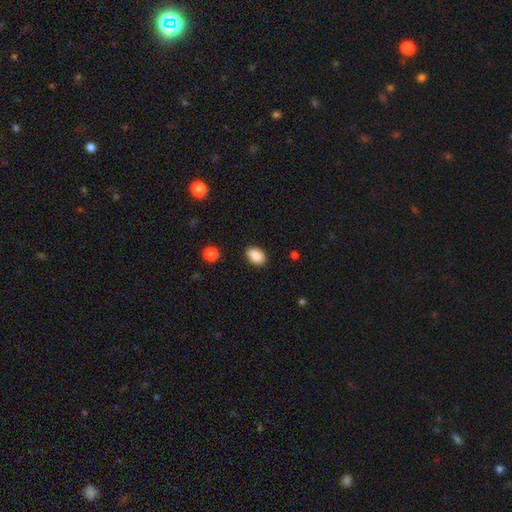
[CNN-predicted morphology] type=smooth (89%); roundness=in between (88%); merging=none (87%).